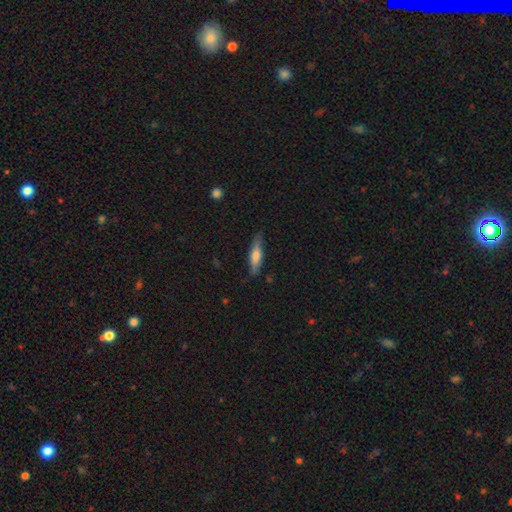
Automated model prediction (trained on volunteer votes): smooth-or-featured: smooth: 58% | featured or disk: 36% | star or artifact: 6%
  how-rounded: cigar-shaped: 74% | in between: 24% | round: 2%
  merging: none: 81% | minor disturbance: 15% | major disturbance: 3% | merger: 1%